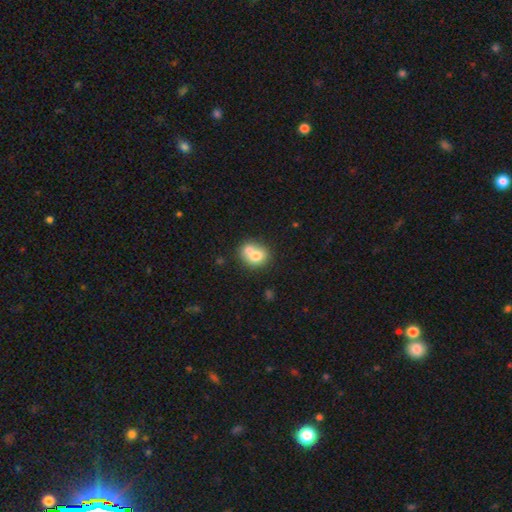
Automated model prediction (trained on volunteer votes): smooth-or-featured: smooth: 69% | featured or disk: 22% | star or artifact: 9%
  how-rounded: round: 65% | in between: 34% | cigar-shaped: 1%
  merging: merger: 60% | none: 29% | minor disturbance: 8% | major disturbance: 3%